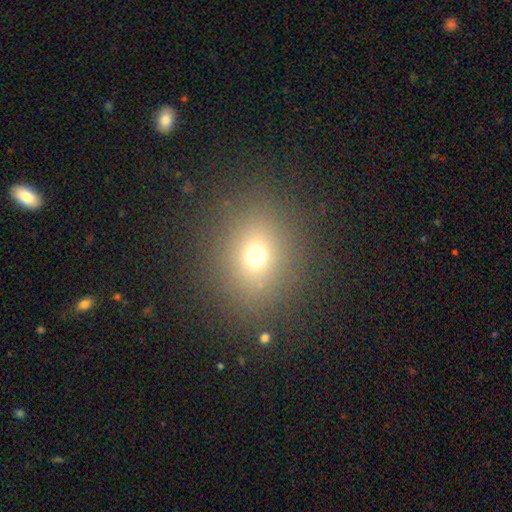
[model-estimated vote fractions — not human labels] A smooth galaxy with no disk features (68%) that is round (72%).

Vote fractions:
- Smooth or featured? smooth: 68% / star or artifact: 22% / featured or disk: 10%
- How rounded? round: 72% / in between: 27% / cigar-shaped: 1%
- Merging? none: 85% / minor disturbance: 8% / major disturbance: 5% / merger: 2%